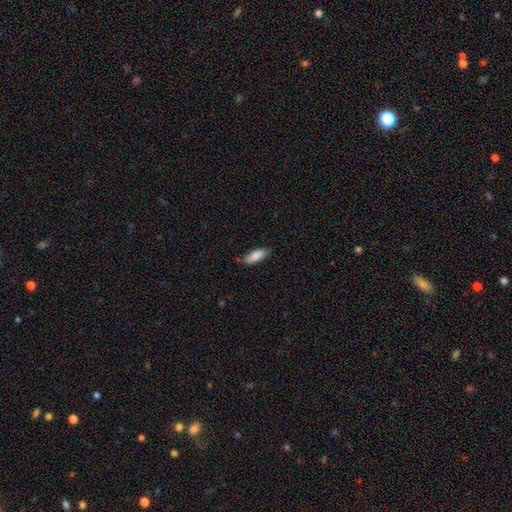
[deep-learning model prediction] Q: Smooth or featured?
A: smooth (85%); runner-up: featured or disk (9%)
Q: How rounded?
A: in between (65%); runner-up: cigar-shaped (33%)
Q: Merging?
A: none (81%); runner-up: minor disturbance (15%)